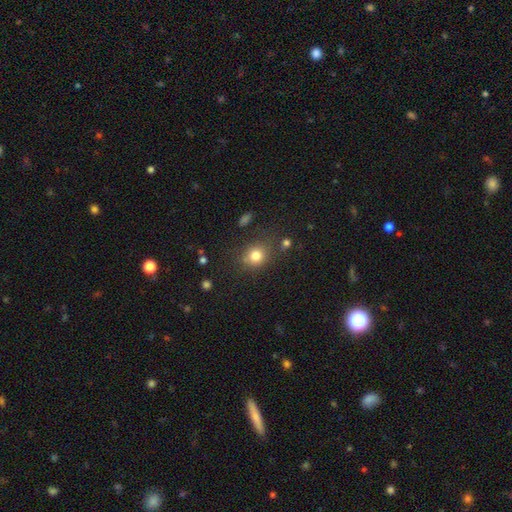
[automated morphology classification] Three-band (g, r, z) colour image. It shows a smooth galaxy with no disk features (80%) that is round (75%). Merging: none (73%).